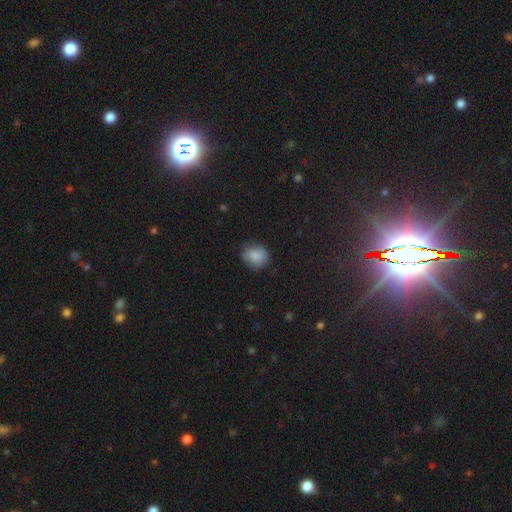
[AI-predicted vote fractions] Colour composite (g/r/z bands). It shows a smooth galaxy with no disk features (82%) that is round (69%). Merging: none (74%).